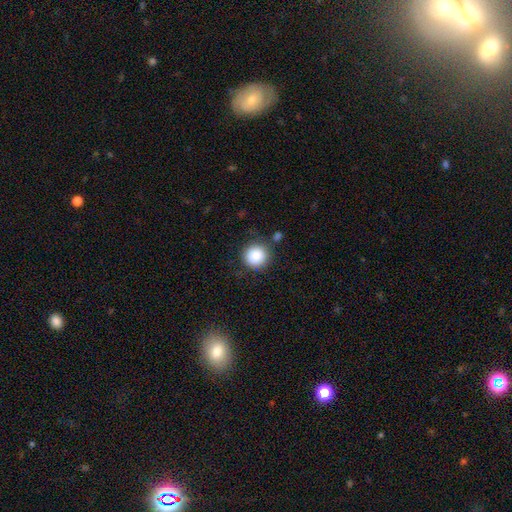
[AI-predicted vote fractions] Smooth or featured: smooth — 86% (star or artifact — 9%)
How rounded: round — 95% (in between — 4%)
Merging: none — 81% (minor disturbance — 11%)